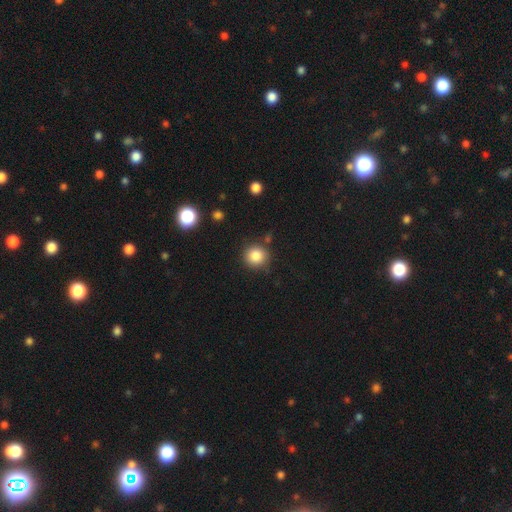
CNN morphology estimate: This appears to be a smooth galaxy with no disk features (85%) that is round (91%). Merging: none (84%).